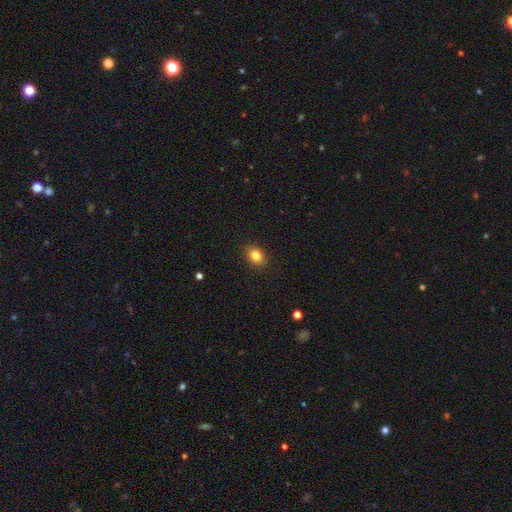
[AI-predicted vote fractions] This is clearly a smooth galaxy (83%). How rounded: likely in between (62%). Merging: clearly none (88%).